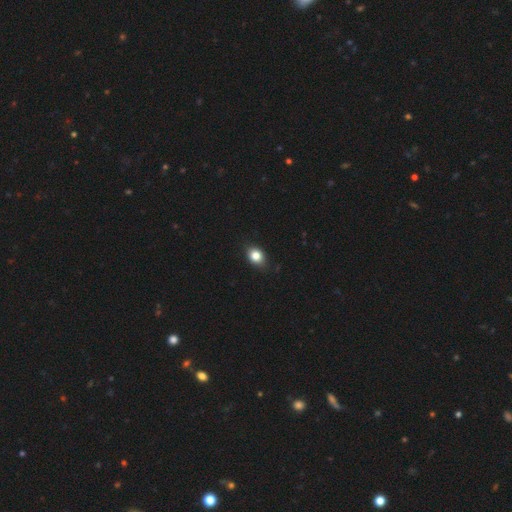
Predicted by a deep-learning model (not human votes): Morphology: type=smooth (83%); roundness=in between (60%); merging=none (83%).